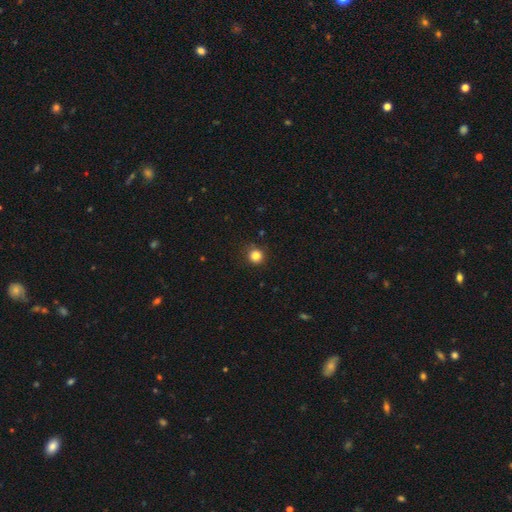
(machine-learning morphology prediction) A smooth galaxy with no disk features (83%) that is round (92%). Merging: none (87%).